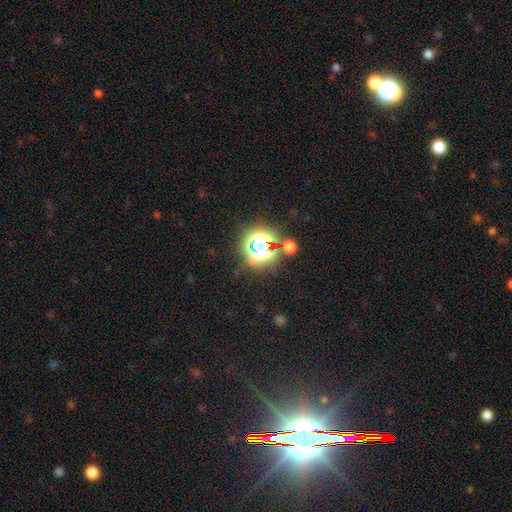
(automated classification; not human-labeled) A star or artifact, not a galaxy (63%).